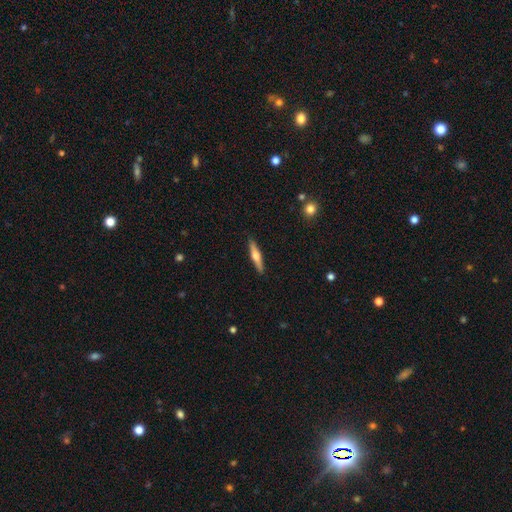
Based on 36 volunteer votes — featured or disk 56%, smooth 44%, star or artifact 0%. Down the decision tree: edge-on disk — yes (90%); edge-on bulge — rounded (89%); merging — none (94%).